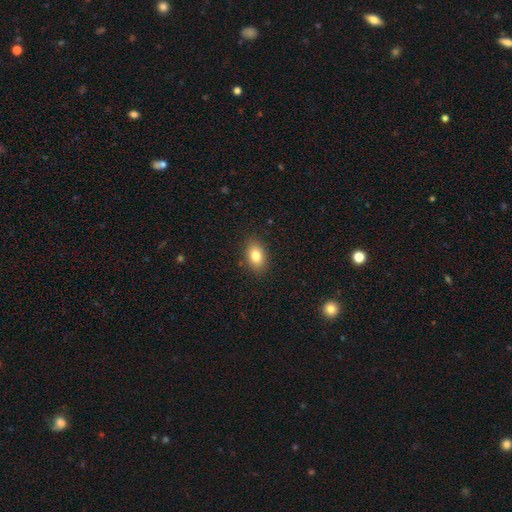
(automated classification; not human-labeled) Smooth or featured? smooth (81%)
How rounded? in between (84%)
Merging? none (87%)